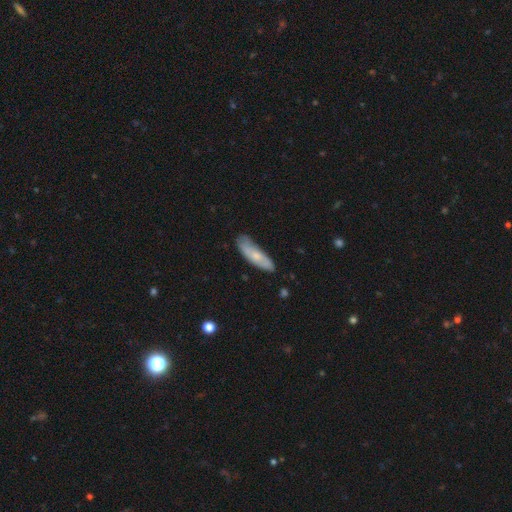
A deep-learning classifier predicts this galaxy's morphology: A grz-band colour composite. It shows a smooth galaxy with no disk features (59%) that is cigar-shaped (55%). Merging: none (71%).